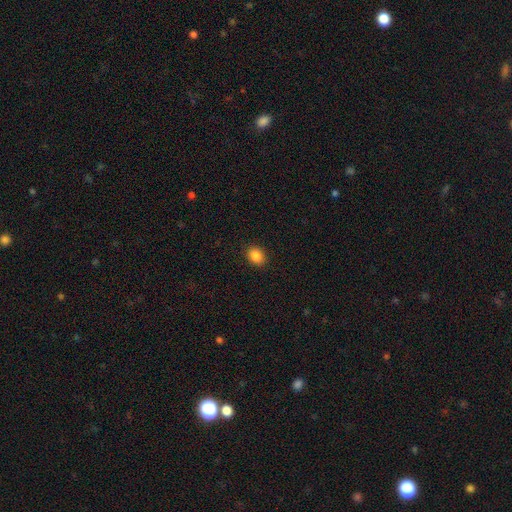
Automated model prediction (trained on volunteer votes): smooth-or-featured: smooth: 87% | star or artifact: 9% | featured or disk: 4%
  how-rounded: in between: 59% | round: 40% | cigar-shaped: 1%
  merging: none: 90% | minor disturbance: 7% | major disturbance: 2% | merger: 1%